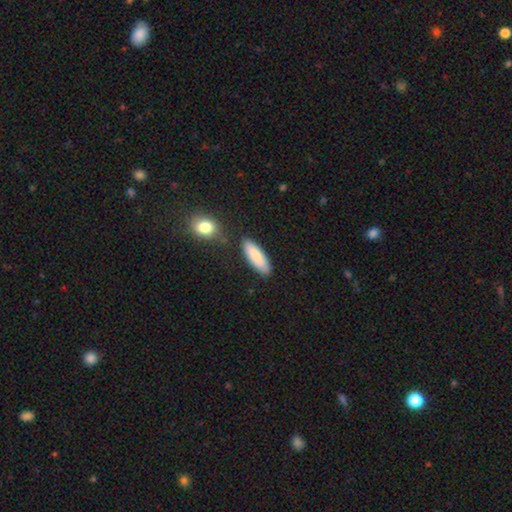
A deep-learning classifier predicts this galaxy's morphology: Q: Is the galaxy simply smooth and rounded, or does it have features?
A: smooth — 85%.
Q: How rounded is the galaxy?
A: in between — 58%.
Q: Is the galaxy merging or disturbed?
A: none — 81%.